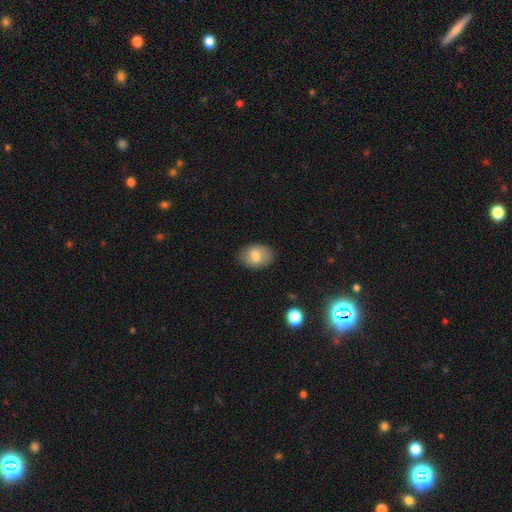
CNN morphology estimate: Smooth or featured?
  - smooth: 77% *
  - featured or disk: 15%
  - star or artifact: 8%
How rounded?
  - in between: 77% *
  - round: 22%
  - cigar-shaped: 1%
Merging?
  - none: 80% *
  - minor disturbance: 15%
  - major disturbance: 3%
  - merger: 1%